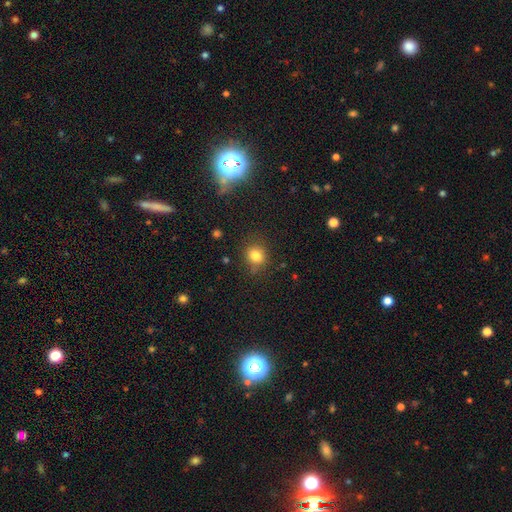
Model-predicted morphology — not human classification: type=smooth (81%); roundness=round (74%); merging=none (81%).